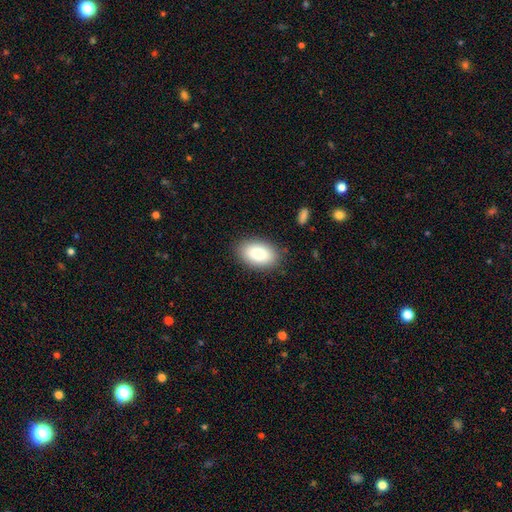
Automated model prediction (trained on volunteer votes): This is clearly a smooth galaxy (81%). How rounded: clearly in between (91%). Merging: clearly none (87%).